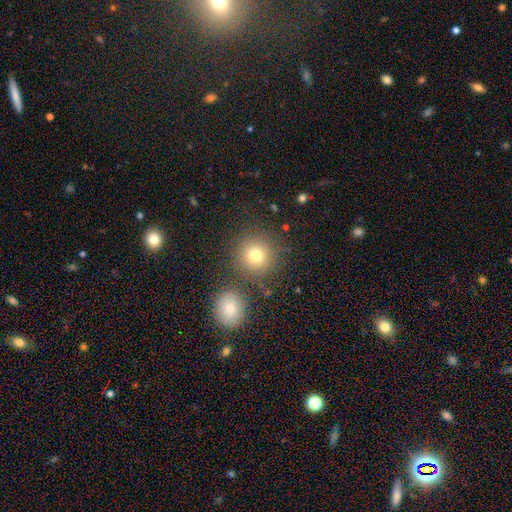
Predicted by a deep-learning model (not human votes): smooth 77%, star or artifact 14%, featured or disk 9%. Down the decision tree: how rounded — round (92%); merging — none (80%).